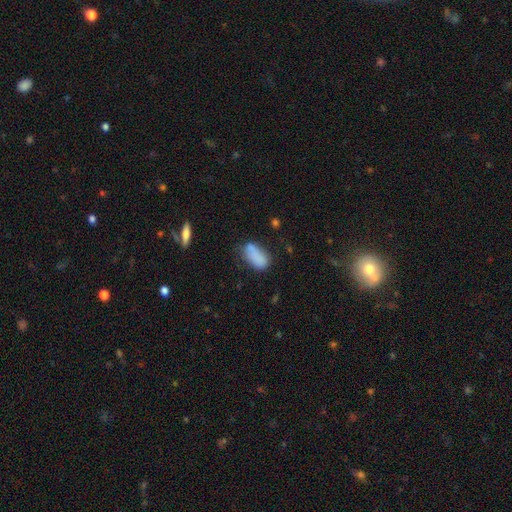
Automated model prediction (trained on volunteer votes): A smooth galaxy with no disk features (82%) that is in between round and cigar-shaped (88%). Merging: none (55%).